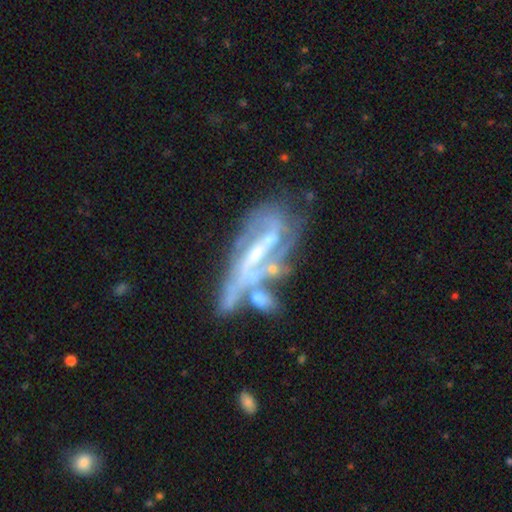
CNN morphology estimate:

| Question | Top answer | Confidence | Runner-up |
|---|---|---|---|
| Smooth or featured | featured or disk | 81% | smooth (11%) |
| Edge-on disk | no | 88% | yes (12%) |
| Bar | strong | 44% | weak (33%) |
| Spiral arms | yes | 78% | no (22%) |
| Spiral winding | medium | 40% | tight (32%) |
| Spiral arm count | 2 | 49% | can't tell (30%) |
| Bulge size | small | 50% | moderate (32%) |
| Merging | merger | 32% | none (28%) |